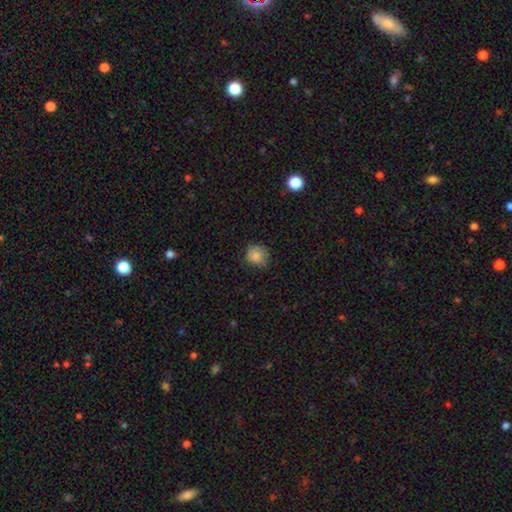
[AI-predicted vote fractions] Smooth or featured: smooth — 83% (star or artifact — 9%)
How rounded: round — 82% (in between — 17%)
Merging: none — 67% (minor disturbance — 26%)